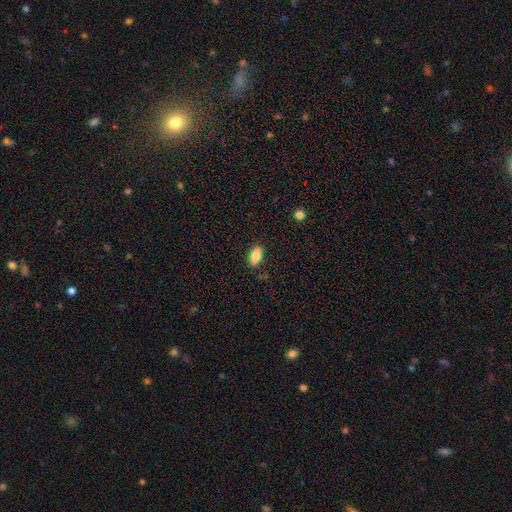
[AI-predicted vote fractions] Morphology: type=smooth (86%); roundness=in between (91%); merging=none (86%).